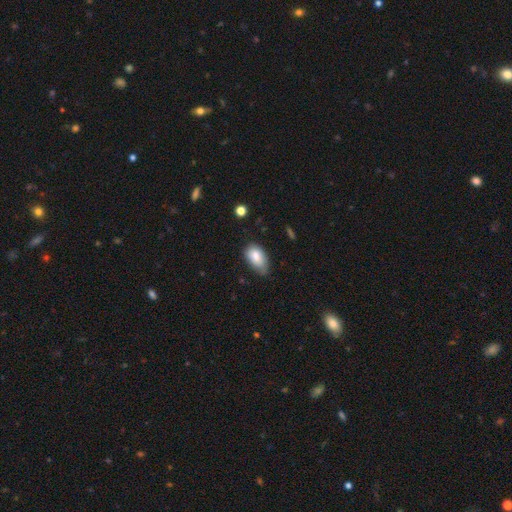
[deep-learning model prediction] Smooth or featured: smooth — 80% (featured or disk — 12%)
How rounded: in between — 92% (round — 7%)
Merging: none — 50% (minor disturbance — 40%)